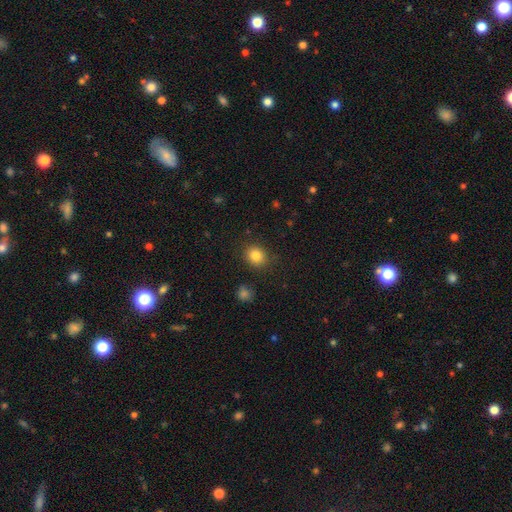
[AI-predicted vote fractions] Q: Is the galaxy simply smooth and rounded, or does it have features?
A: smooth — 84%.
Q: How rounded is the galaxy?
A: round — 70%.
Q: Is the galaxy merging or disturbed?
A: none — 87%.